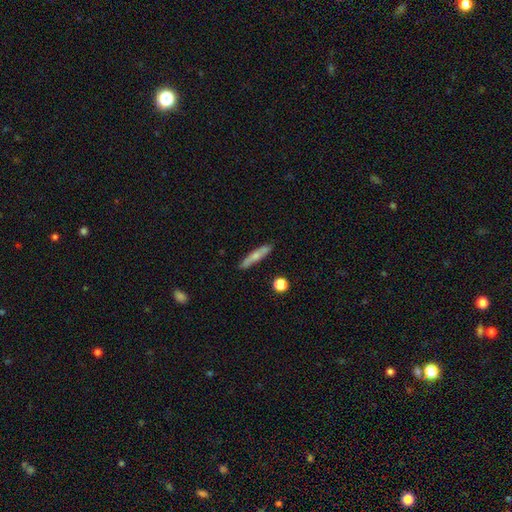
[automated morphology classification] This is possibly a smooth galaxy (59%). How rounded: clearly cigar-shaped (89%). Merging: clearly none (85%).